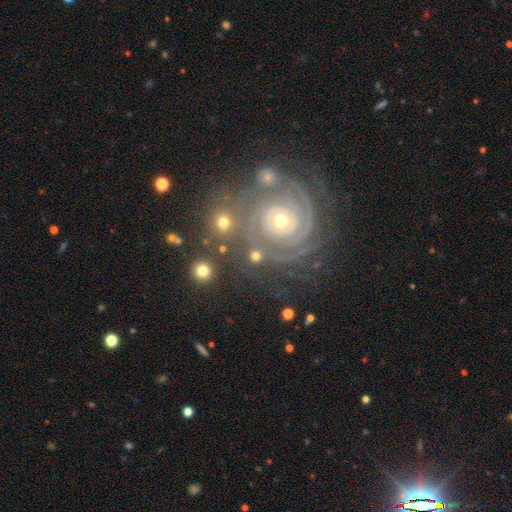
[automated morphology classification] The model was most divided on "smooth or featured": featured or disk: 47%, smooth: 39%, star or artifact: 14%. More confident: merging — none (75%).